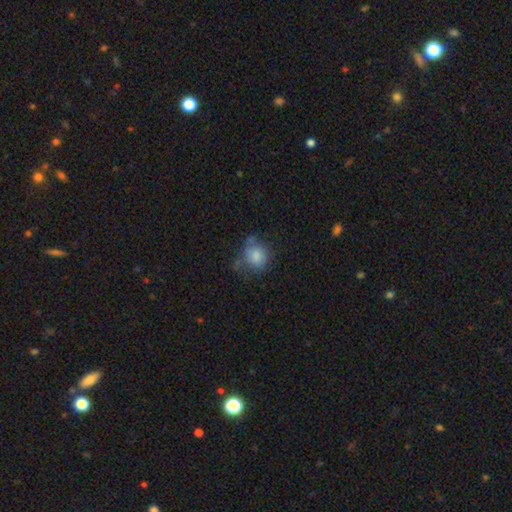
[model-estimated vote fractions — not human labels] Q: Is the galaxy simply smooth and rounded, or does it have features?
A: smooth — 79%.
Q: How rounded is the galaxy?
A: round — 69%.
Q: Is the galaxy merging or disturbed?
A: none — 47%.